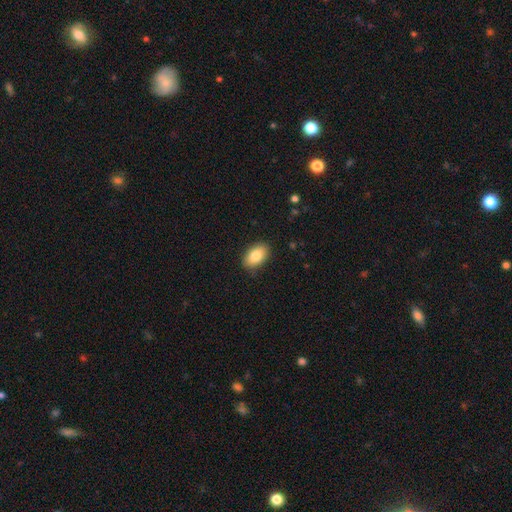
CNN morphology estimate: Smooth or featured: smooth — 82% (featured or disk — 11%)
How rounded: in between — 91% (round — 7%)
Merging: none — 87% (minor disturbance — 10%)